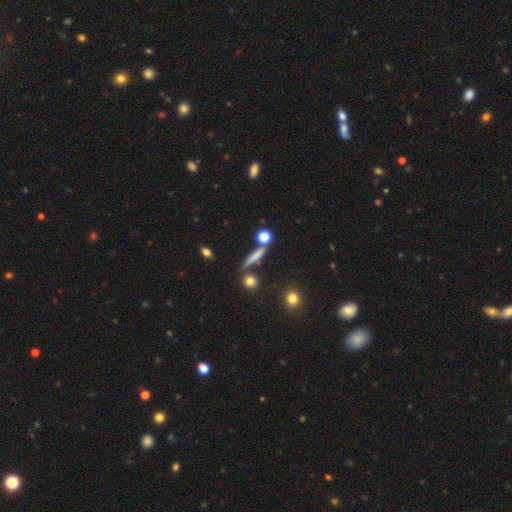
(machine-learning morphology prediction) This is likely a smooth galaxy (64%). How rounded: likely cigar-shaped (76%). Merging: likely none (70%).